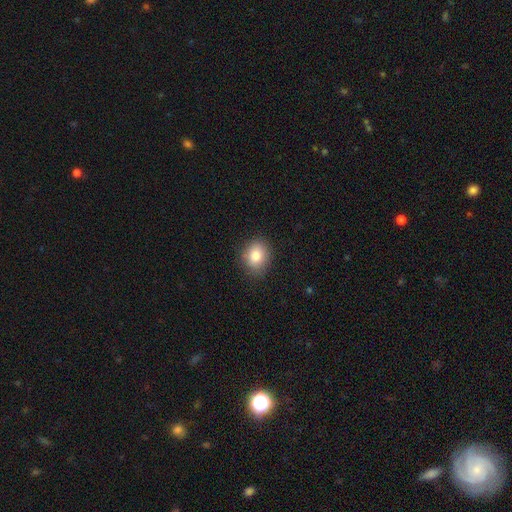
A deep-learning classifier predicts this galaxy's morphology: Smooth or featured: smooth — 83% (star or artifact — 9%)
How rounded: round — 55% (in between — 44%)
Merging: none — 85% (minor disturbance — 11%)